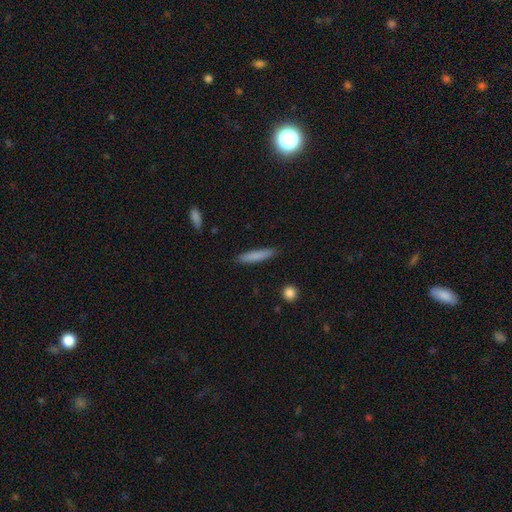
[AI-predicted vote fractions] This appears to be a smooth galaxy with no disk features (81%) that is cigar-shaped (90%). Merging: none (87%).